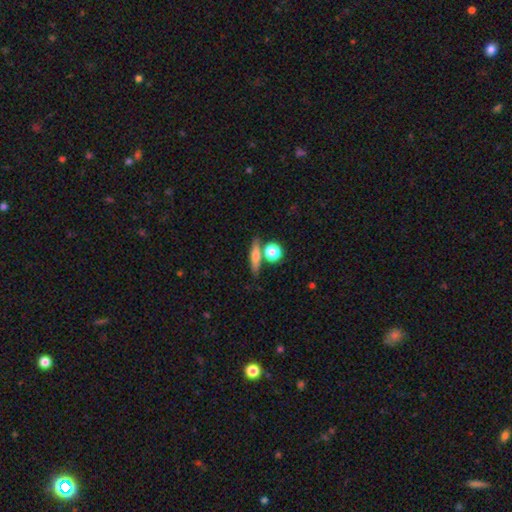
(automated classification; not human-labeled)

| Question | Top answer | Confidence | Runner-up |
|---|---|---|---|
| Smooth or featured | smooth | 60% | featured or disk (31%) |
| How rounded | cigar-shaped | 59% | round (22%) |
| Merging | none | 72% | merger (15%) |